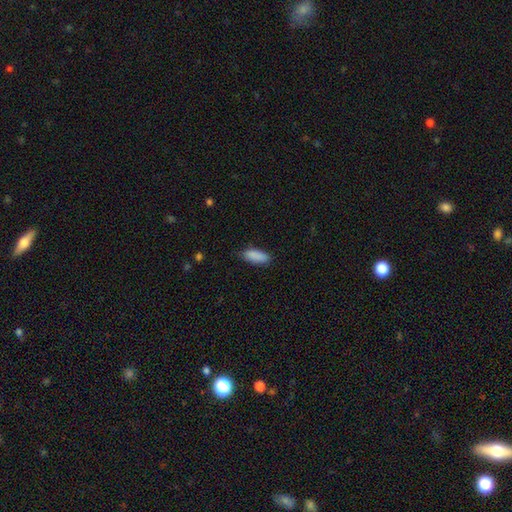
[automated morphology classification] smooth-or-featured: smooth: 89% | star or artifact: 7% | featured or disk: 4%
  how-rounded: in between: 77% | cigar-shaped: 21% | round: 2%
  merging: none: 79% | minor disturbance: 16% | major disturbance: 3% | merger: 1%